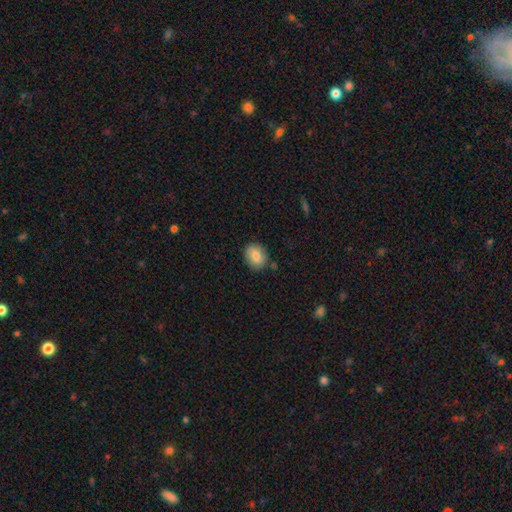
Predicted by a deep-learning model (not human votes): A smooth galaxy with no disk features (78%) that is round (57%).

Vote fractions:
- Smooth or featured? smooth: 78% / featured or disk: 14% / star or artifact: 8%
- How rounded? round: 57% / in between: 42% / cigar-shaped: 1%
- Merging? none: 82% / minor disturbance: 13% / major disturbance: 3% / merger: 3%